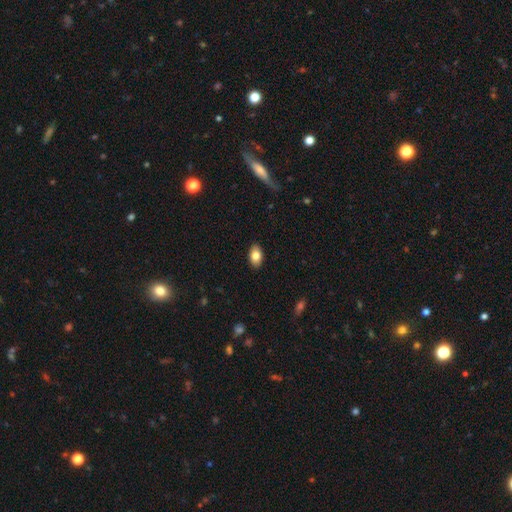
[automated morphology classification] Smooth or featured? Predicted: smooth (p=0.81). How rounded? Predicted: in between (p=0.92). Merging? Predicted: none (p=0.90).